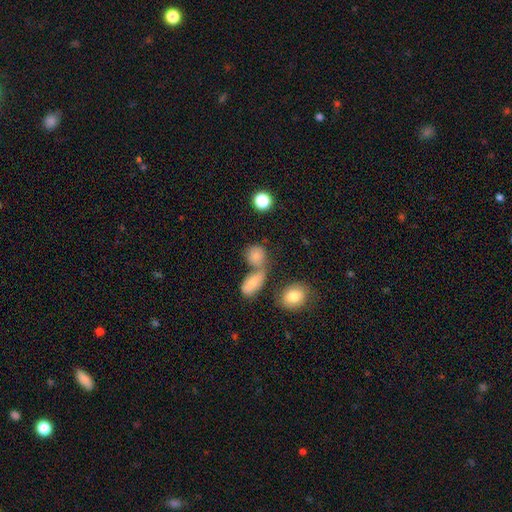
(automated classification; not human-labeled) A smooth galaxy with no disk features (80%) that is round (62%).

Vote fractions:
- Smooth or featured? smooth: 80% / star or artifact: 10% / featured or disk: 10%
- How rounded? round: 62% / in between: 36% / cigar-shaped: 3%
- Merging? none: 44% / merger: 39% / minor disturbance: 11% / major disturbance: 6%